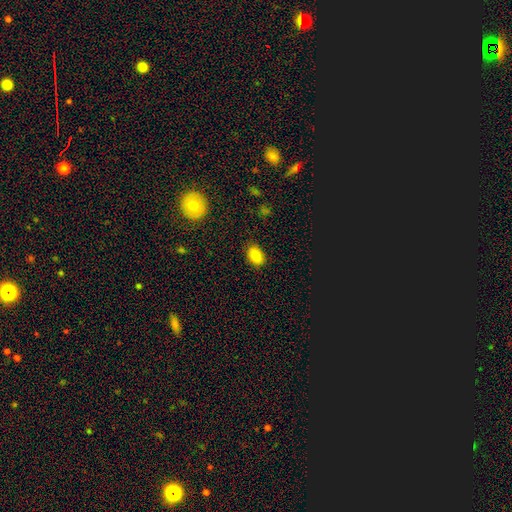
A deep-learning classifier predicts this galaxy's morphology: type=smooth (86%); roundness=in between (85%); merging=none (86%).